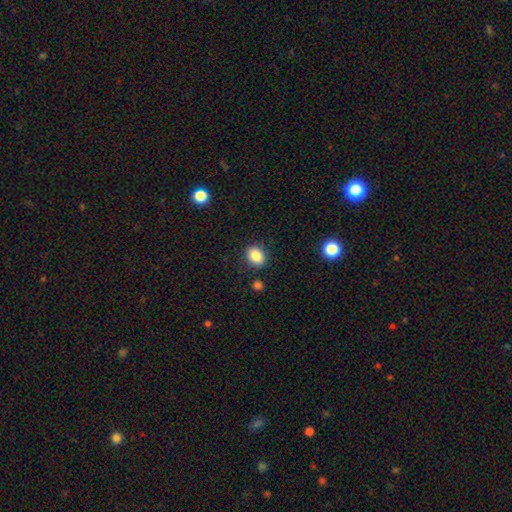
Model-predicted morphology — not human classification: The model was most divided on "how rounded": in between: 57%, round: 42%, cigar-shaped: 1%. More confident: merging — none (87%); smooth or featured — smooth (86%).